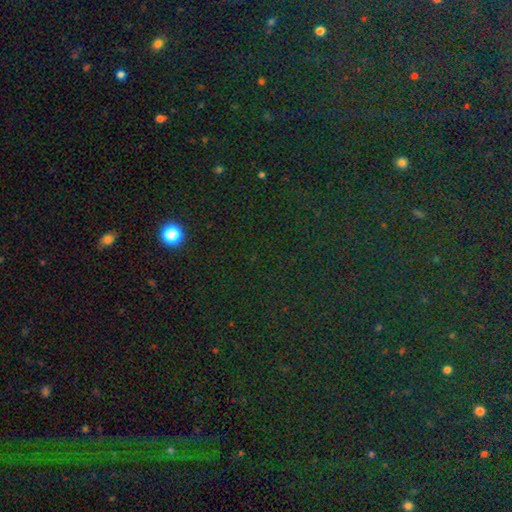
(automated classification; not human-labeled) Q: Smooth or featured?
A: star or artifact (78%); runner-up: smooth (14%)